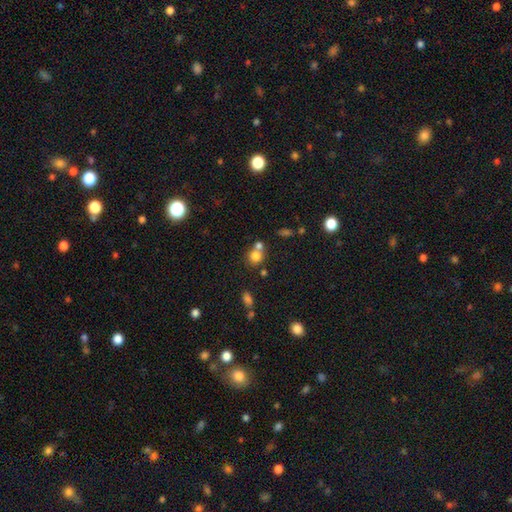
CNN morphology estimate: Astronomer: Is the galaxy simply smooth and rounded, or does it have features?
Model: smooth — 77%.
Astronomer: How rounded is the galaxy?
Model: round — 83%.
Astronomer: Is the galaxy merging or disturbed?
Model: none — 47% (runner-up: merger, 42%).